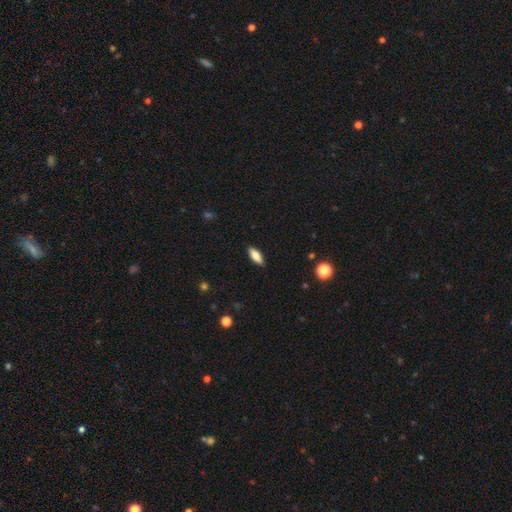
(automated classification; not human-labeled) smooth 80%, featured or disk 13%, star or artifact 7%. Down the decision tree: how rounded — in between (72%); merging — none (89%).